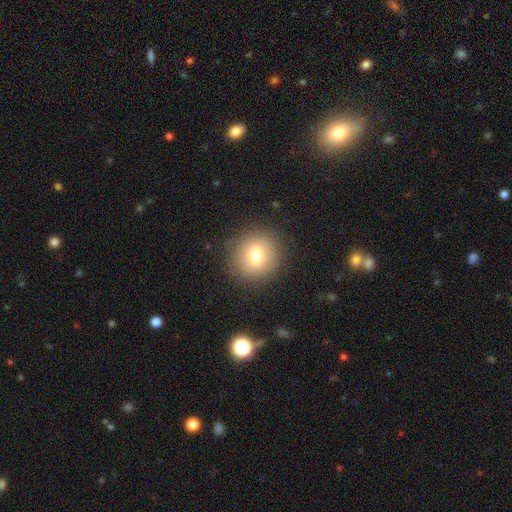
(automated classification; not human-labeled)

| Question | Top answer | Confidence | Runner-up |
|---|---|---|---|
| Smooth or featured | smooth | 74% | featured or disk (15%) |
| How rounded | round | 88% | in between (11%) |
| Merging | none | 88% | minor disturbance (8%) |